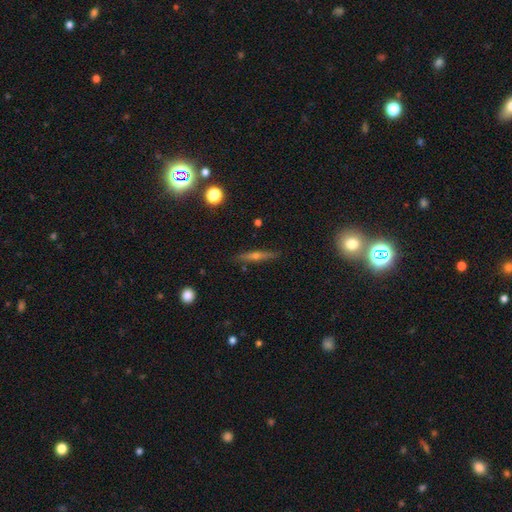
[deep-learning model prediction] Smooth or featured? featured or disk (63%)
Edge-on disk? yes (95%)
Edge-on bulge? rounded (87%)
Merging? none (88%)